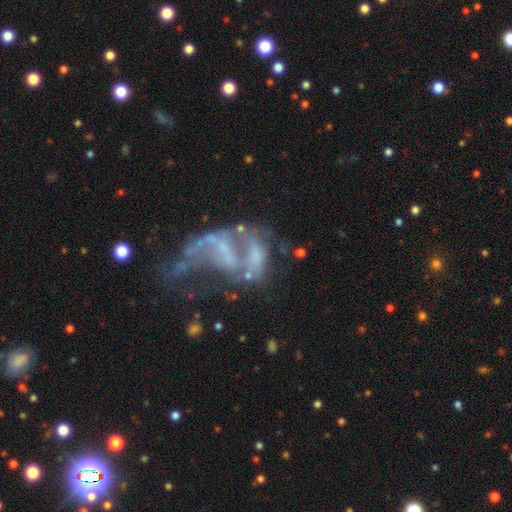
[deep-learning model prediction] A featured or disk galaxy (64%) with no bar (51%), no spiral arms (64%) and no central bulge (63%). Merging: major disturbance (42%).